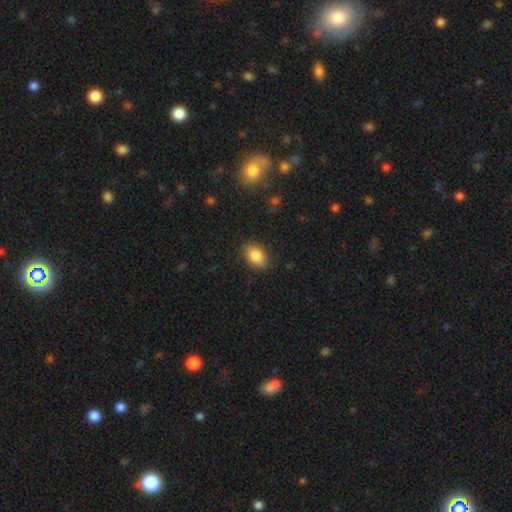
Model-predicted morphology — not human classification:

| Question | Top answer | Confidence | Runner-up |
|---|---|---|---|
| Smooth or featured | smooth | 85% | star or artifact (8%) |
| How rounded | in between | 86% | round (12%) |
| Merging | none | 86% | minor disturbance (10%) |